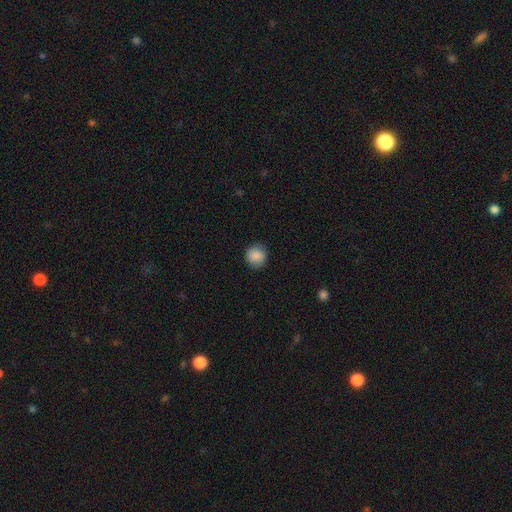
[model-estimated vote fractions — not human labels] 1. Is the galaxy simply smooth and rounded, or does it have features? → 87% smooth, 8% star or artifact, 4% featured or disk.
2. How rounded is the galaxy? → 89% round, 10% in between, 1% cigar-shaped.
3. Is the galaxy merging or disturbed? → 89% none, 8% minor disturbance, 2% major disturbance, 1% merger.